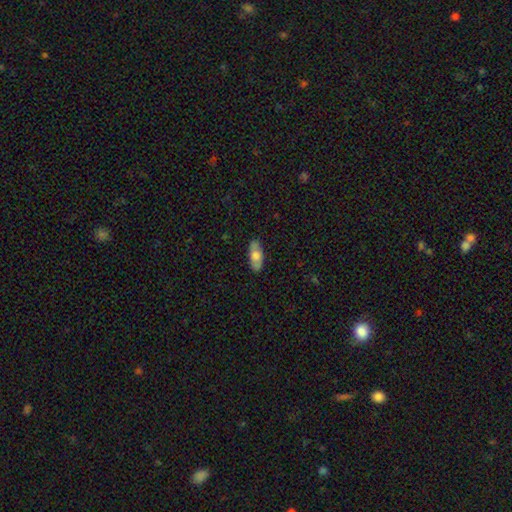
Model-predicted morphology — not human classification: type=smooth (68%); roundness=in between (83%); merging=none (86%).